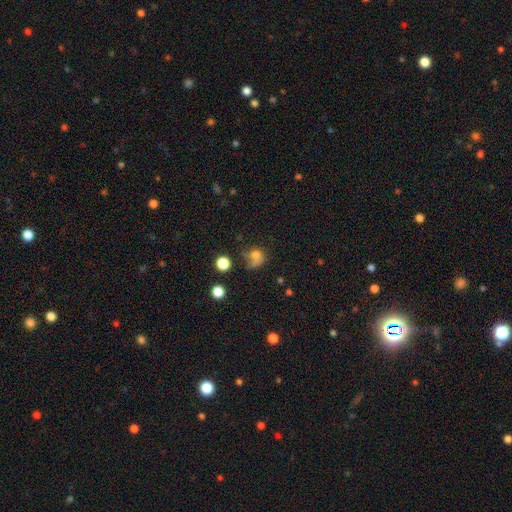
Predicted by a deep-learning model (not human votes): Overall: smooth (66%). How rounded: round (70%). Merging: none (35%; major disturbance 30%).